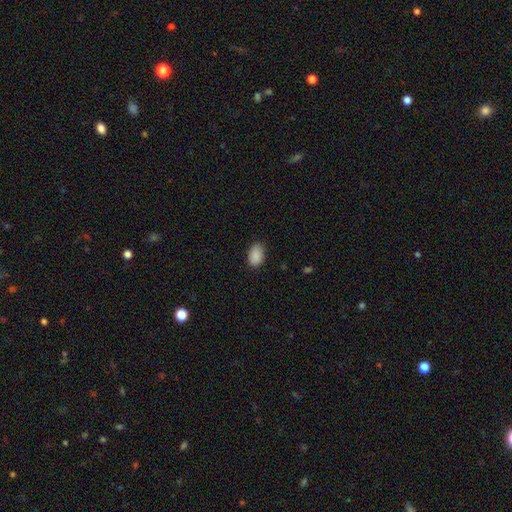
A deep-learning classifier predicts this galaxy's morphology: A smooth galaxy with no disk features (89%) that is in between round and cigar-shaped (89%).

Vote fractions:
- Smooth or featured? smooth: 89% / star or artifact: 7% / featured or disk: 4%
- How rounded? in between: 89% / round: 10% / cigar-shaped: 1%
- Merging? none: 81% / minor disturbance: 15% / major disturbance: 3% / merger: 1%